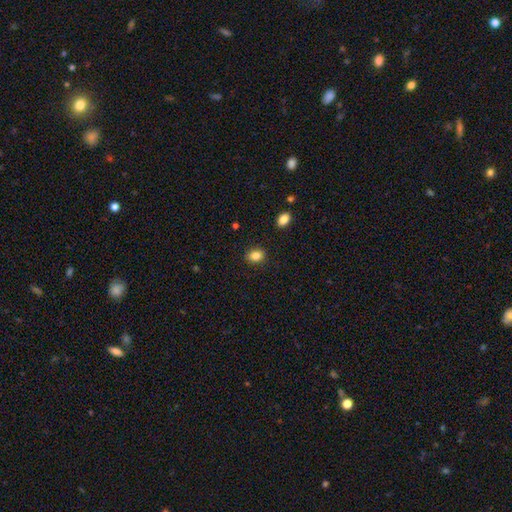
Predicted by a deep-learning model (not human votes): This is clearly a smooth galaxy (85%). How rounded: likely in between (61%). Merging: clearly none (88%).